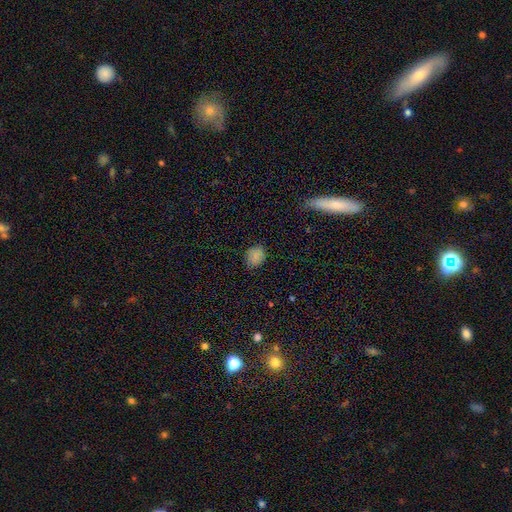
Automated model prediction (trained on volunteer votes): Smooth or featured: smooth — 80% (star or artifact — 14%)
How rounded: round — 58% (in between — 41%)
Merging: none — 81% (minor disturbance — 15%)